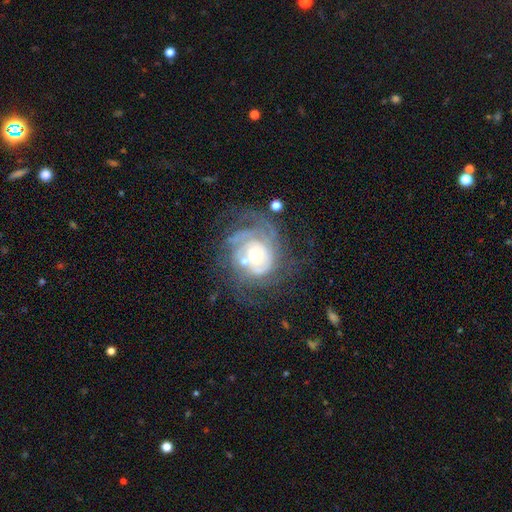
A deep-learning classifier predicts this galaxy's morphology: Smooth or featured?
  - featured or disk: 81% *
  - smooth: 12%
  - star or artifact: 7%
Edge-on disk?
  - no: 98% *
  - yes: 2%
Bar?
  - no: 78% *
  - weak: 17%
  - strong: 4%
Spiral arms?
  - yes: 90% *
  - no: 10%
Spiral winding?
  - tight: 62% *
  - medium: 27%
  - loose: 11%
Spiral arm count?
  - can't tell: 40% *
  - 2: 19%
  - 3: 18%
  - 4: 10%
  - 1: 7%
  - more than 4: 6%
Bulge size?
  - moderate: 43% *
  - small: 36%
  - large: 15%
  - none: 3%
  - dominant: 3%
Merging?
  - none: 50% *
  - major disturbance: 22%
  - minor disturbance: 19%
  - merger: 9%